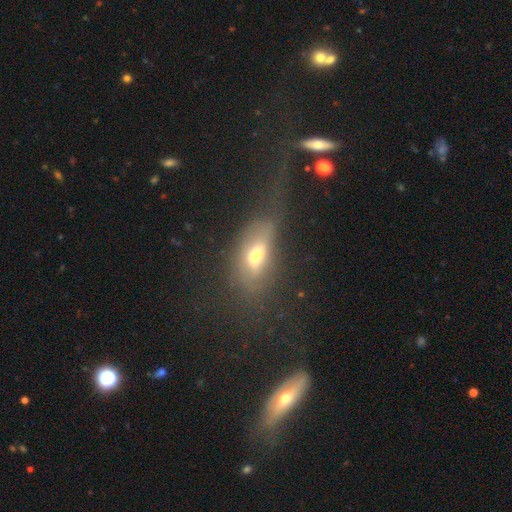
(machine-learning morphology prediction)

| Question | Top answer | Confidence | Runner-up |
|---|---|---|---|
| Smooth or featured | smooth | 58% | featured or disk (31%) |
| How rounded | in between | 79% | cigar-shaped (14%) |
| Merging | major disturbance | 38% | none (36%) |